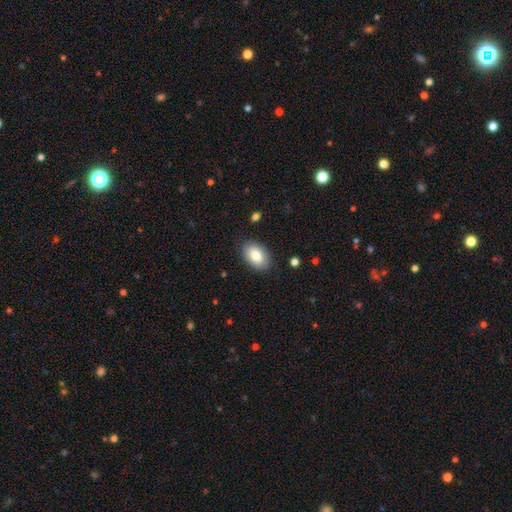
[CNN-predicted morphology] Smooth or featured: smooth — 81% (featured or disk — 12%)
How rounded: in between — 89% (round — 10%)
Merging: none — 86% (minor disturbance — 11%)